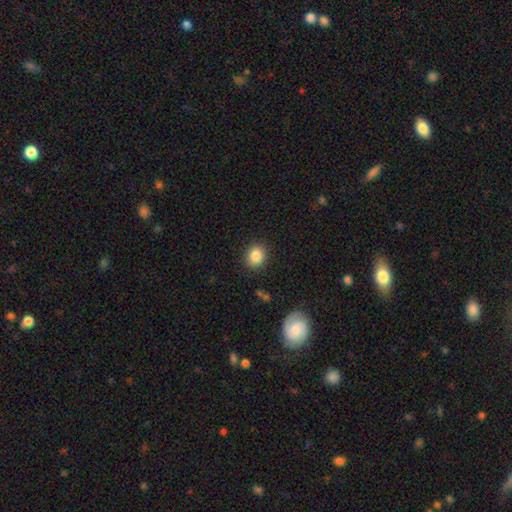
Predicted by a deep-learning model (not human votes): Smooth or featured?
  - smooth: 86% *
  - star or artifact: 9%
  - featured or disk: 5%
How rounded?
  - round: 65% *
  - in between: 34%
  - cigar-shaped: 1%
Merging?
  - none: 88% *
  - minor disturbance: 8%
  - major disturbance: 3%
  - merger: 1%